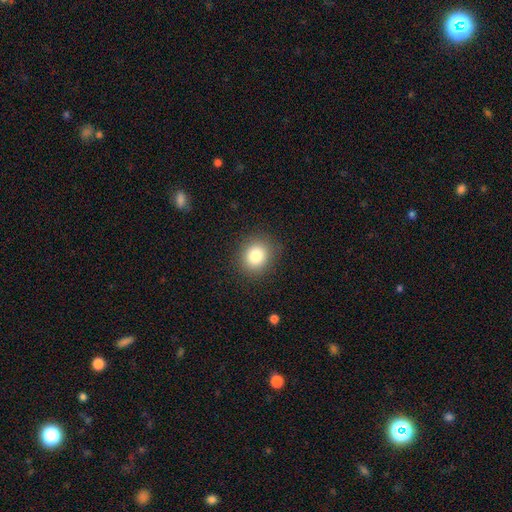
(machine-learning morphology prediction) This is clearly a smooth galaxy (83%). How rounded: likely round (75%). Merging: clearly none (88%).